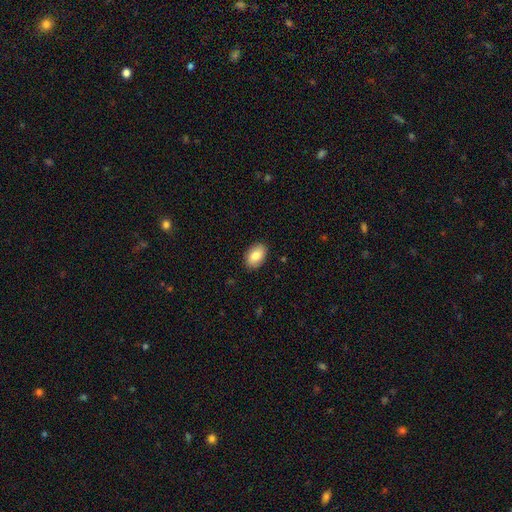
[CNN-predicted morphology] A smooth galaxy with no disk features (84%) that is in between round and cigar-shaped (90%).

Vote fractions:
- Smooth or featured? smooth: 84% / featured or disk: 9% / star or artifact: 7%
- How rounded? in between: 90% / round: 9% / cigar-shaped: 1%
- Merging? none: 89% / minor disturbance: 8% / major disturbance: 2% / merger: 1%